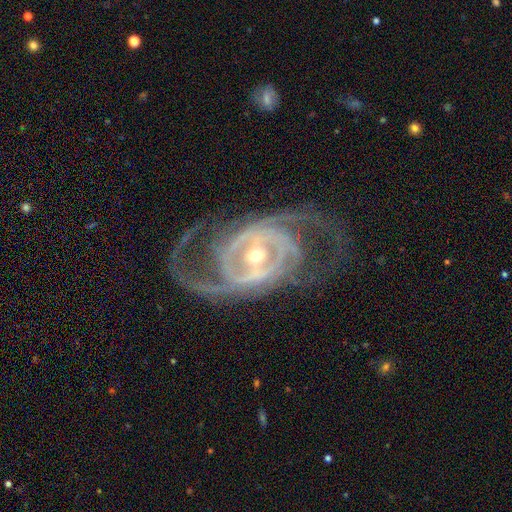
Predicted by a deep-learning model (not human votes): This appears to be a featured or disk galaxy (93%) with a strong bar (42%), 2 (55%) medium (46%) spiral arms (97%) and a moderate central bulge (48%, tied with small). Merging: none (68%).